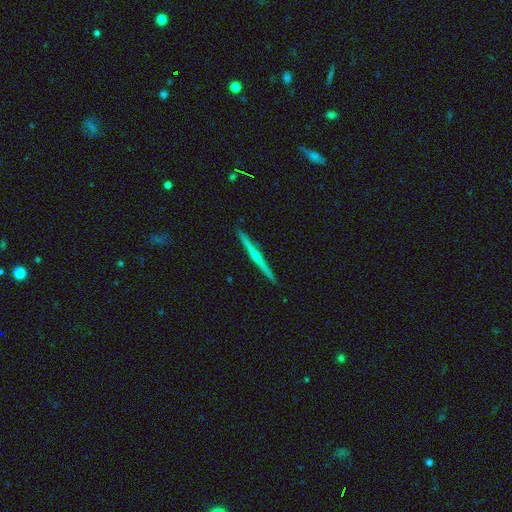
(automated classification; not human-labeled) Smooth or featured? Predicted: featured or disk (p=0.68). Edge-on disk? Predicted: yes (p=0.98). Edge-on bulge? Predicted: rounded (p=0.48). Merging? Predicted: none (p=0.93).